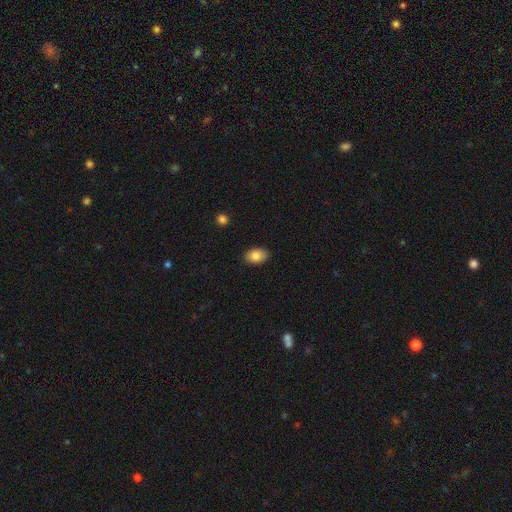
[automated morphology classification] type=smooth (85%); roundness=in between (85%); merging=none (87%).